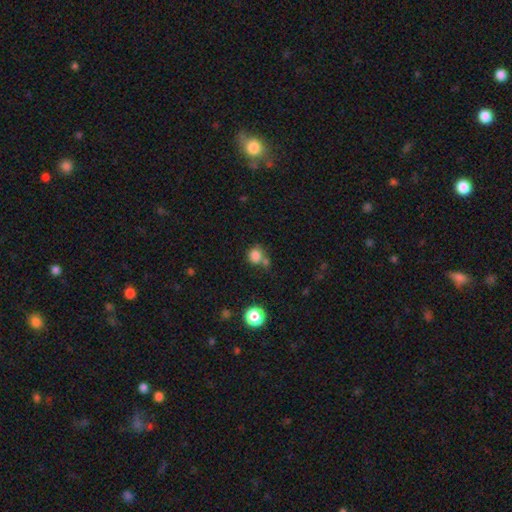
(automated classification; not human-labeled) A smooth galaxy with no disk features (81%) that is round (81%).

Vote fractions:
- Smooth or featured? smooth: 81% / star or artifact: 12% / featured or disk: 6%
- How rounded? round: 81% / in between: 18% / cigar-shaped: 1%
- Merging? none: 53% / merger: 28% / minor disturbance: 14% / major disturbance: 6%